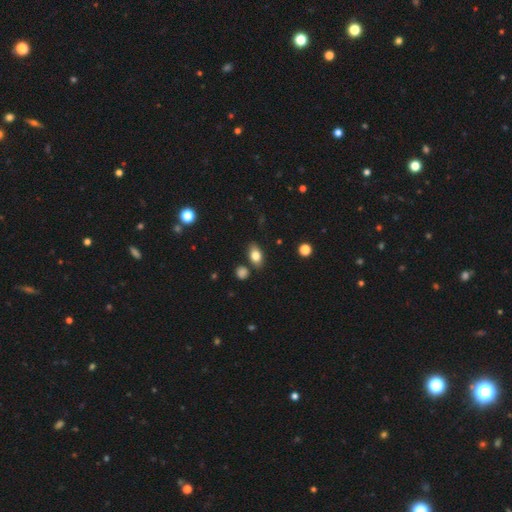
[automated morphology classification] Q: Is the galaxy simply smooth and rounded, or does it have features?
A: smooth — 80%.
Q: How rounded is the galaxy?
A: in between — 85%.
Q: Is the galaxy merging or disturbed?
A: none — 81%.